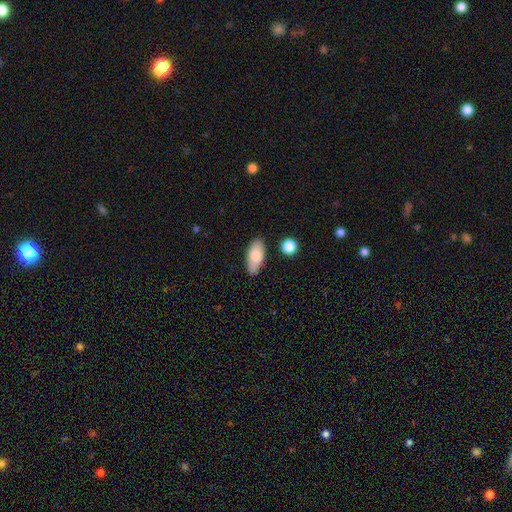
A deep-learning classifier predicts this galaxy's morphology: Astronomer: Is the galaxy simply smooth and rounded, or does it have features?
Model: smooth — 81%.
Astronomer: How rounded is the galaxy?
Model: in between — 86%.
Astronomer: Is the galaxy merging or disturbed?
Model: none — 79%.